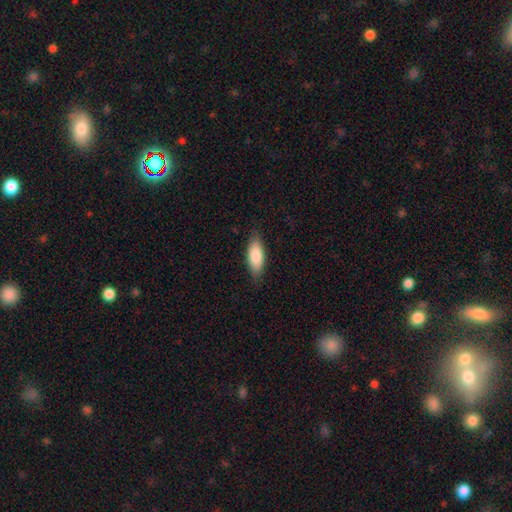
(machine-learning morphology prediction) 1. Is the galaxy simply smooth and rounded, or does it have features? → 82% smooth, 12% featured or disk, 6% star or artifact.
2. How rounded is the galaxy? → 77% in between, 21% cigar-shaped, 2% round.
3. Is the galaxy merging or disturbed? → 82% none, 15% minor disturbance, 3% major disturbance, 1% merger.